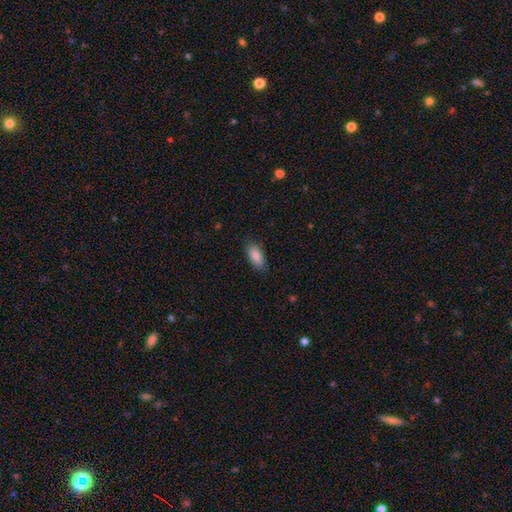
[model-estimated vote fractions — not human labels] Smooth or featured: smooth — 88% (star or artifact — 7%)
How rounded: in between — 84% (cigar-shaped — 14%)
Merging: none — 85% (minor disturbance — 12%)